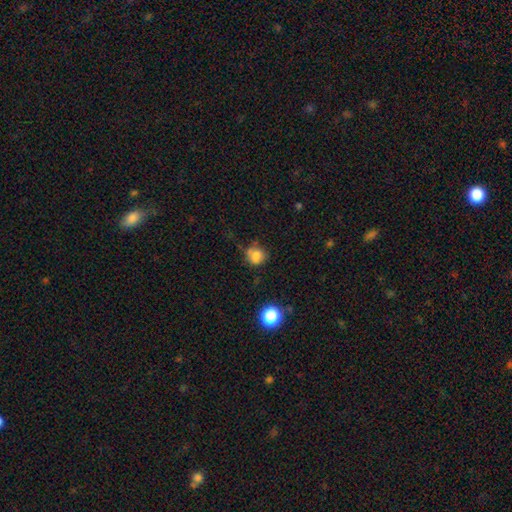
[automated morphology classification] smooth-or-featured: smooth: 79% | star or artifact: 13% | featured or disk: 9%
  how-rounded: round: 81% | in between: 18% | cigar-shaped: 1%
  merging: none: 58% | minor disturbance: 25% | major disturbance: 9% | merger: 8%